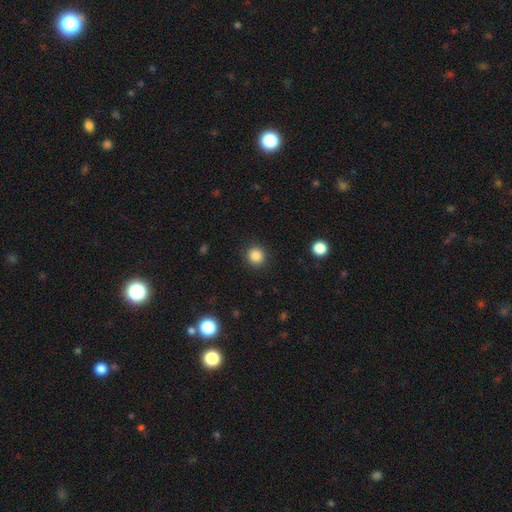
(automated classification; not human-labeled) smooth 86%, star or artifact 11%, featured or disk 3%. Down the decision tree: how rounded — round (91%); merging — none (90%).